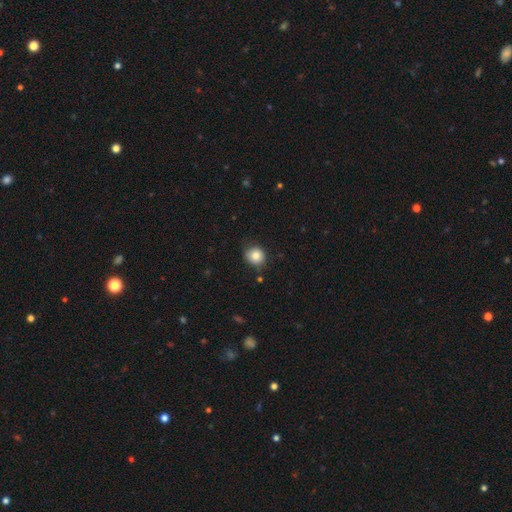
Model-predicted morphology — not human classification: Smooth or featured: smooth — 82% (star or artifact — 10%)
How rounded: round — 83% (in between — 16%)
Merging: none — 80% (minor disturbance — 15%)